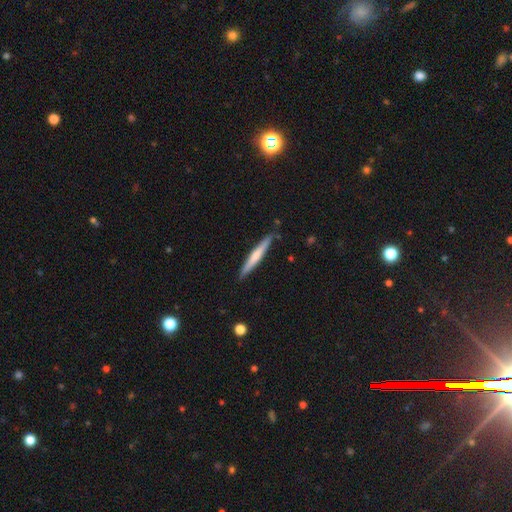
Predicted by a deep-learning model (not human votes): Smooth or featured?
  - smooth: 51% *
  - featured or disk: 44%
  - star or artifact: 5%
How rounded?
  - cigar-shaped: 96% *
  - in between: 3%
  - round: 1%
Merging?
  - none: 87% *
  - minor disturbance: 10%
  - merger: 2%
  - major disturbance: 2%